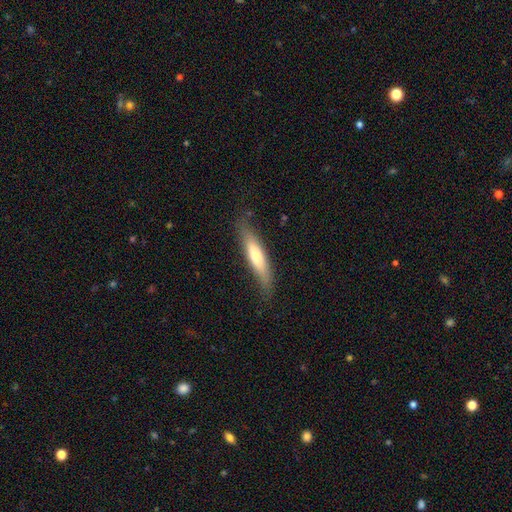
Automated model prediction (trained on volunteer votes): Morphology: type=smooth (59%); roundness=cigar-shaped (79%); merging=none (77%).